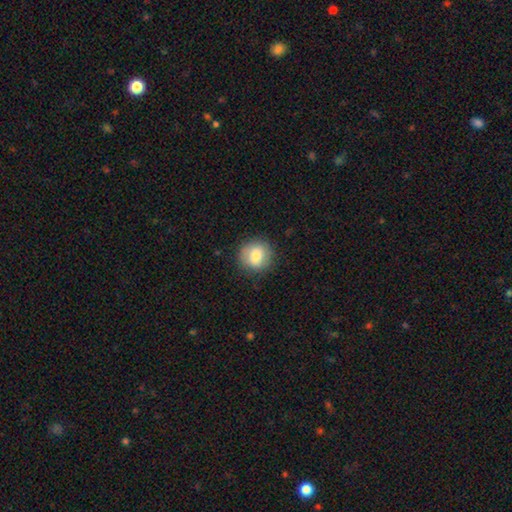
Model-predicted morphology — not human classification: This is likely a smooth galaxy (79%). How rounded: clearly round (89%). Merging: clearly none (85%).